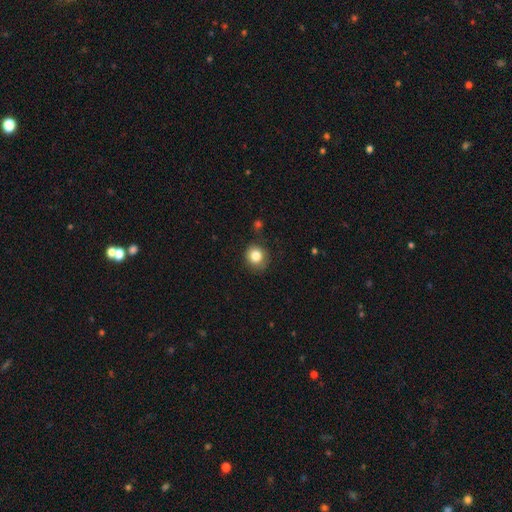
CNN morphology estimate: This appears to be a smooth galaxy with no disk features (83%) that is round (81%). Merging: none (78%).